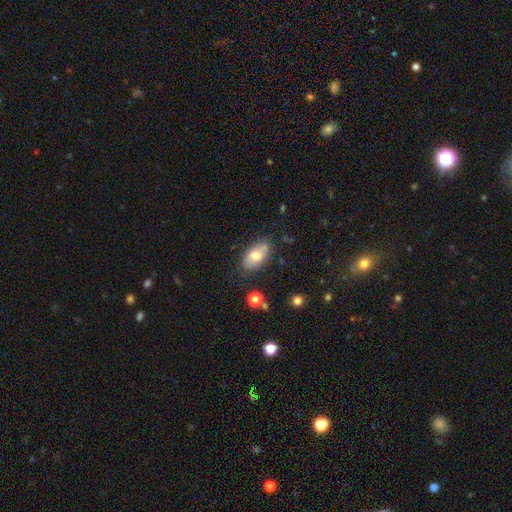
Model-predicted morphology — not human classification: smooth 70%, featured or disk 23%, star or artifact 7%. Down the decision tree: how rounded — in between (92%); merging — none (77%).